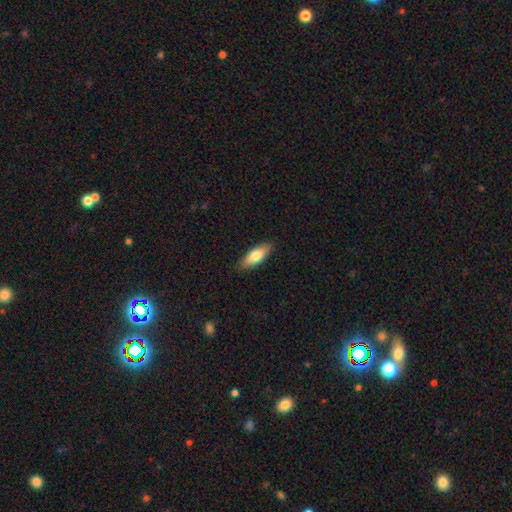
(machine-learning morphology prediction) This appears to be a smooth galaxy with no disk features (73%) that is in between round and cigar-shaped (67%). Merging: none (87%).